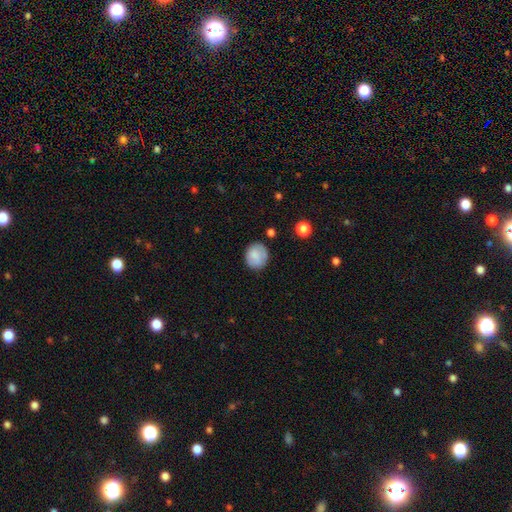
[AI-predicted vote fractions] smooth 79%, featured or disk 13%, star or artifact 8%. Down the decision tree: how rounded — round (76%); merging — none (78%).